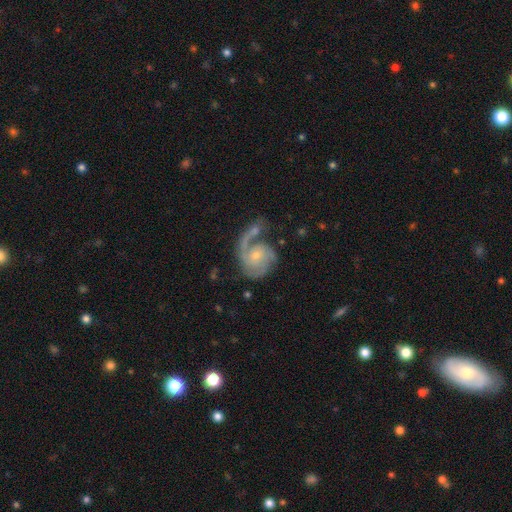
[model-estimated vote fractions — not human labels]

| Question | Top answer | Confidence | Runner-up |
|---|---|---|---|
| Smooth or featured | featured or disk | 84% | smooth (11%) |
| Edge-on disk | no | 98% | yes (2%) |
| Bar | no | 70% | weak (26%) |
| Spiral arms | yes | 95% | no (5%) |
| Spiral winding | medium | 43% | tight (36%) |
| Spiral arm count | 2 | 35% | 1 (32%) |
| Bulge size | small | 63% | moderate (32%) |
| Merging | none | 42% | major disturbance (25%) |